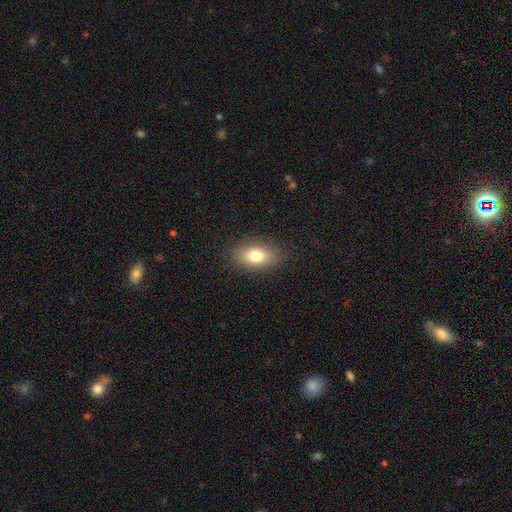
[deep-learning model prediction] Smooth or featured? Predicted: smooth (p=0.79). How rounded? Predicted: in between (p=0.86). Merging? Predicted: none (p=0.86).